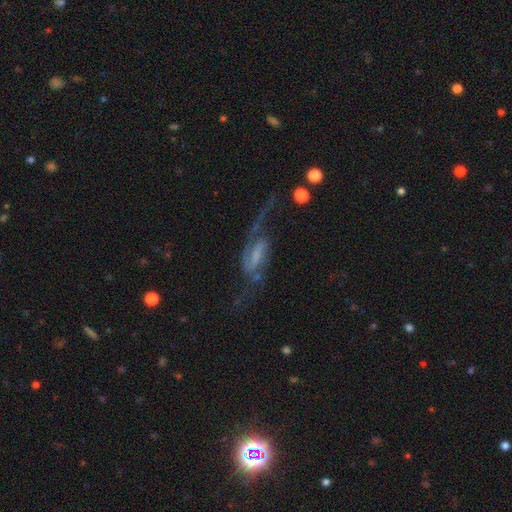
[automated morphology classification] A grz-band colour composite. It shows a featured or disk galaxy (82%) with a weak bar (43%), 2 (84%) loose (60%) spiral arms (93%) and no central bulge (43%). Merging: none (50%).